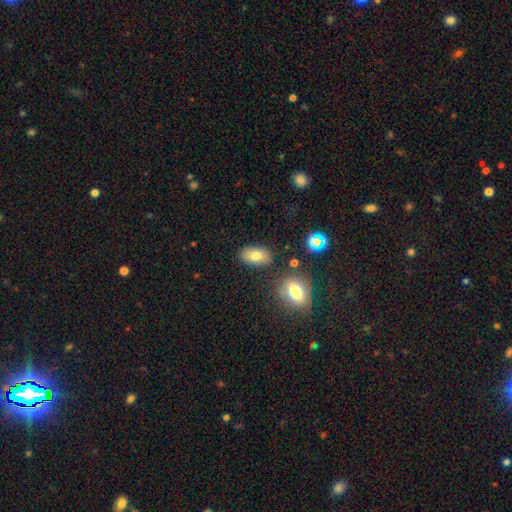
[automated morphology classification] Smooth or featured? smooth (77%)
How rounded? in between (91%)
Merging? none (82%)